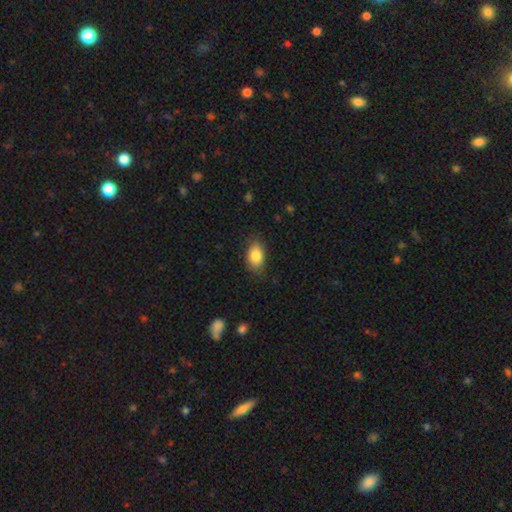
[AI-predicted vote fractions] Q: Smooth or featured?
A: smooth (86%); runner-up: star or artifact (7%)
Q: How rounded?
A: in between (90%); runner-up: round (8%)
Q: Merging?
A: none (81%); runner-up: minor disturbance (14%)